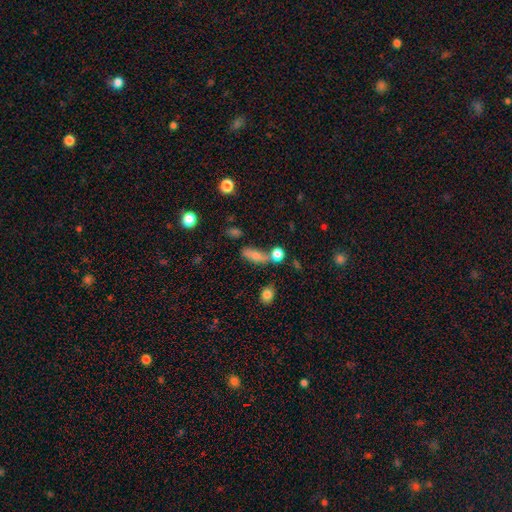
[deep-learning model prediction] Smooth or featured? smooth (67%)
How rounded? in between (53%)
Merging? none (50%)